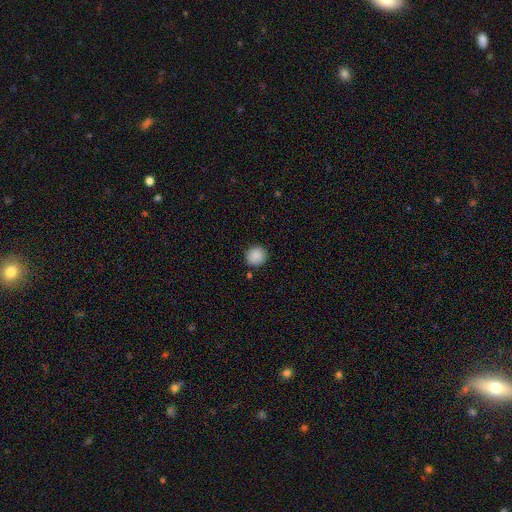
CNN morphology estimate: Overall: smooth (89%). How rounded: round (91%). Merging: none (89%).